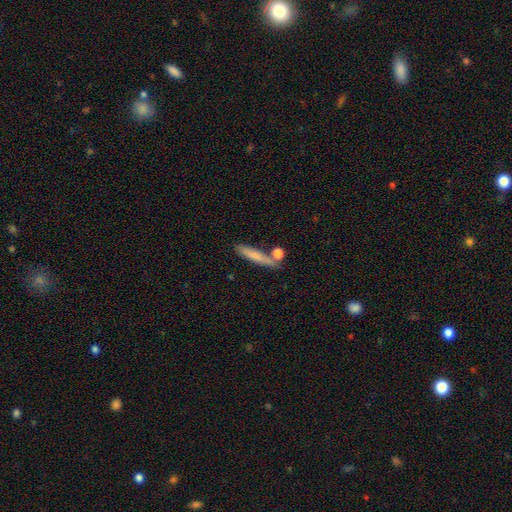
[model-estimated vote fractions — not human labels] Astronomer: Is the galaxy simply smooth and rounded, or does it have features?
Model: smooth — 73%.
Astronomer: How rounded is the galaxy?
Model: cigar-shaped — 87%.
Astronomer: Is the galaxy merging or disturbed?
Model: none — 74%.